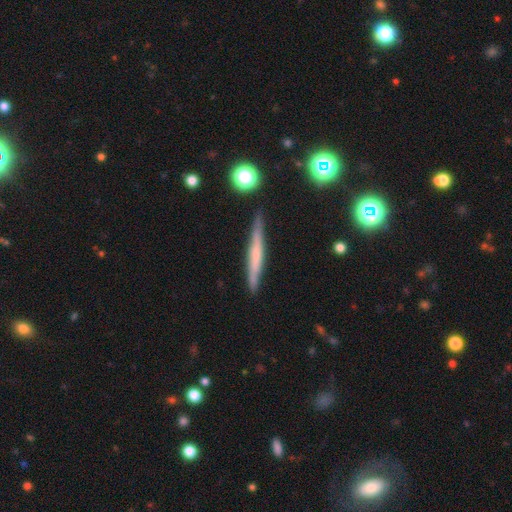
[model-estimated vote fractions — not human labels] A featured or disk galaxy (49%). Merging: none (88%).